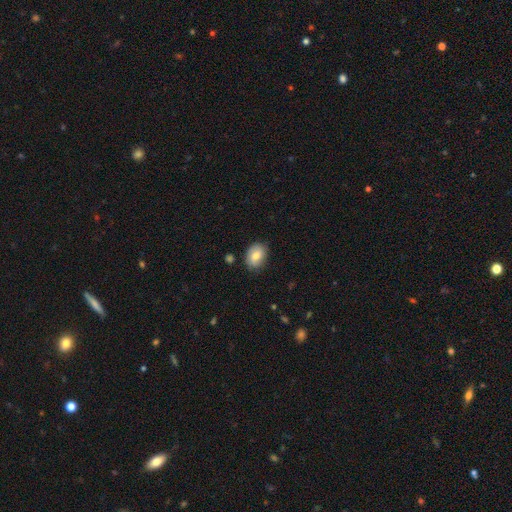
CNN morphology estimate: A smooth galaxy with no disk features (78%) that is in between round and cigar-shaped (75%).

Vote fractions:
- Smooth or featured? smooth: 78% / featured or disk: 14% / star or artifact: 7%
- How rounded? in between: 75% / round: 23% / cigar-shaped: 1%
- Merging? none: 81% / minor disturbance: 15% / major disturbance: 3% / merger: 2%